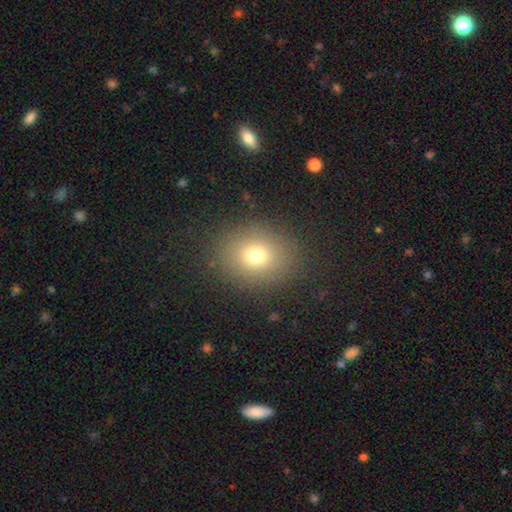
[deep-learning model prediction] Smooth or featured: smooth — 74% (star or artifact — 15%)
How rounded: round — 63% (in between — 36%)
Merging: none — 87% (minor disturbance — 8%)